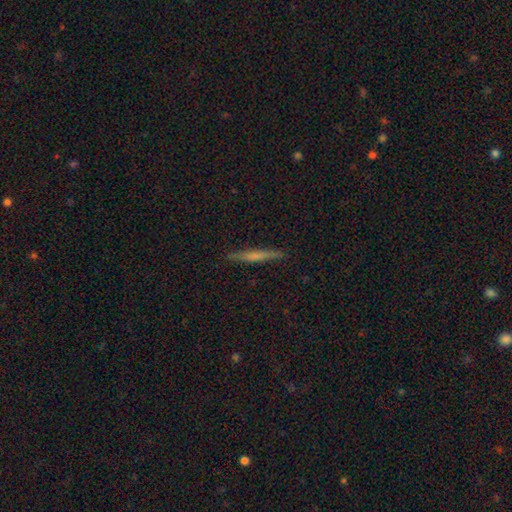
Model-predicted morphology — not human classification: smooth-or-featured: smooth: 52% | featured or disk: 41% | star or artifact: 7%
  how-rounded: cigar-shaped: 95% | in between: 3% | round: 2%
  merging: none: 89% | minor disturbance: 8% | major disturbance: 2% | merger: 1%